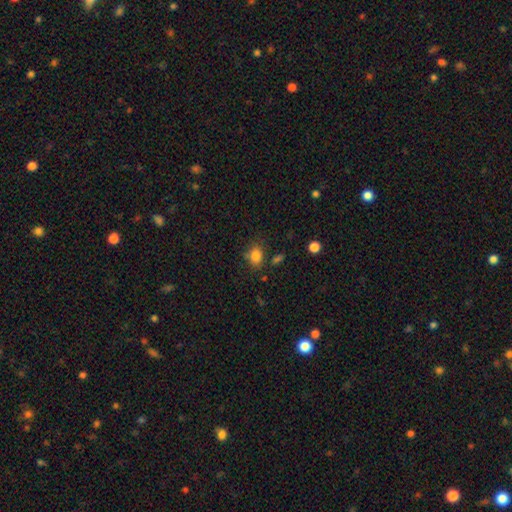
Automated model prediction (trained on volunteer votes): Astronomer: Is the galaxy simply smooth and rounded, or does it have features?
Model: smooth — 82%.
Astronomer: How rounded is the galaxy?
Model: in between — 57% (runner-up: round, 41%).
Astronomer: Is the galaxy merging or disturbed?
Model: none — 71%.